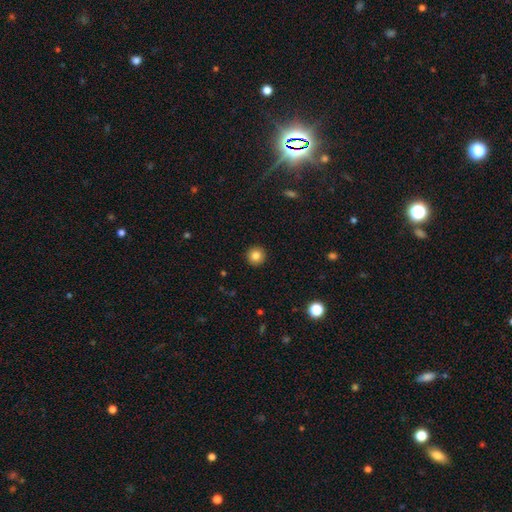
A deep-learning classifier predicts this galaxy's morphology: Smooth or featured? Predicted: smooth (p=0.83). How rounded? Predicted: round (p=0.95). Merging? Predicted: none (p=0.93).